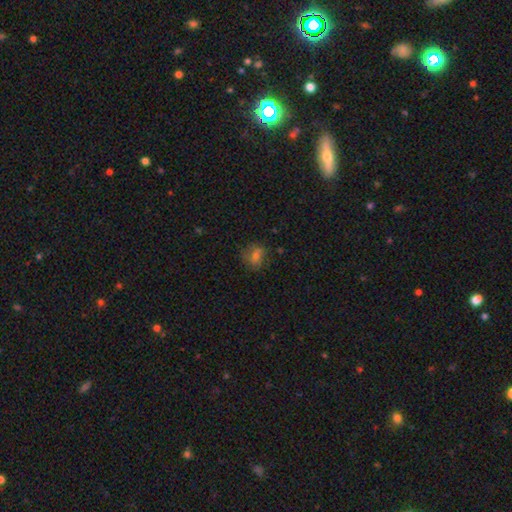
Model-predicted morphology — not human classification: This appears to be a smooth galaxy with no disk features (62%) that is round (68%). Merging: none (71%).